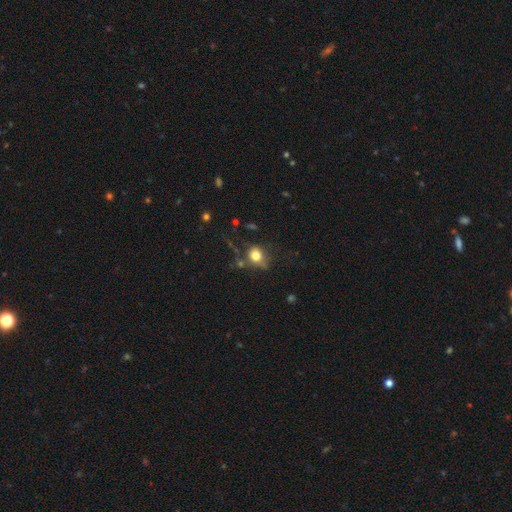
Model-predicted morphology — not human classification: A smooth galaxy with no disk features (76%) that is round (69%). Merging: none (58%).